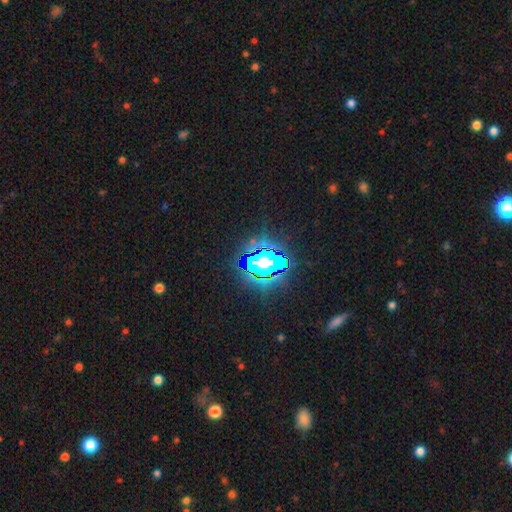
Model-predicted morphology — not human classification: star or artifact 83%, smooth 10%, featured or disk 7%.